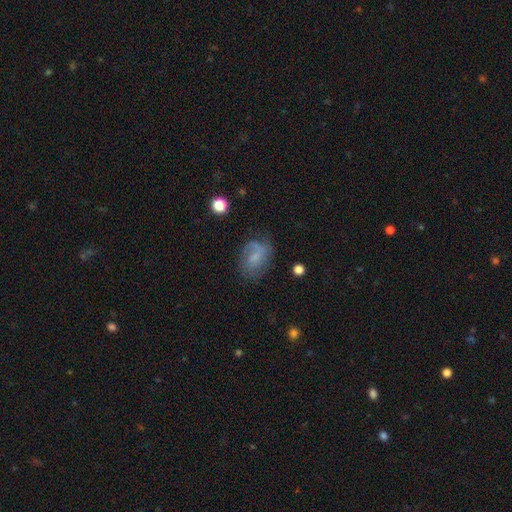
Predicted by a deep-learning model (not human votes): This appears to be a smooth galaxy with no disk features (47%). Merging: none (56%).